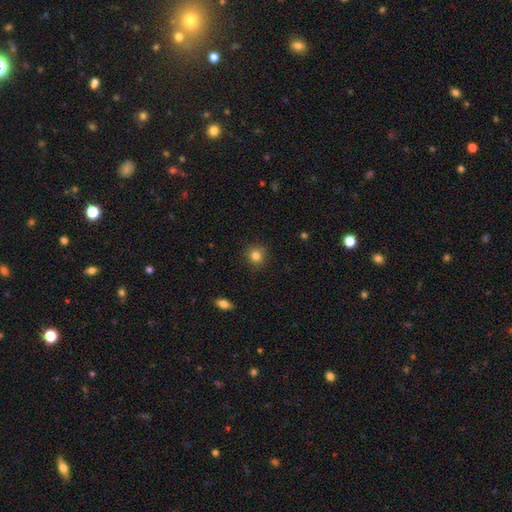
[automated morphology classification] type=smooth (83%); roundness=round (86%); merging=none (87%).